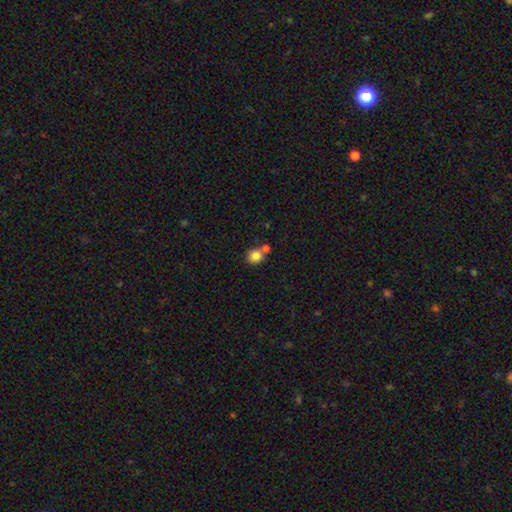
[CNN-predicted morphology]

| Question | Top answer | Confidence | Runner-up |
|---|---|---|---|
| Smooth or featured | smooth | 83% | star or artifact (10%) |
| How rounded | round | 83% | in between (16%) |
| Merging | none | 54% | merger (34%) |